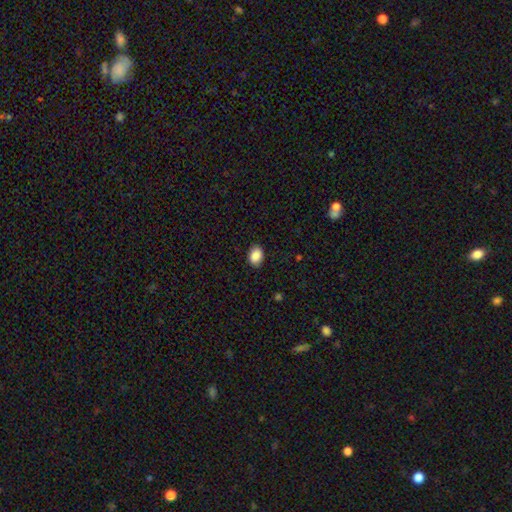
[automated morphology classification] smooth-or-featured: smooth: 89% | star or artifact: 8% | featured or disk: 4%
  how-rounded: in between: 73% | round: 26% | cigar-shaped: 1%
  merging: none: 87% | minor disturbance: 10% | major disturbance: 2% | merger: 1%